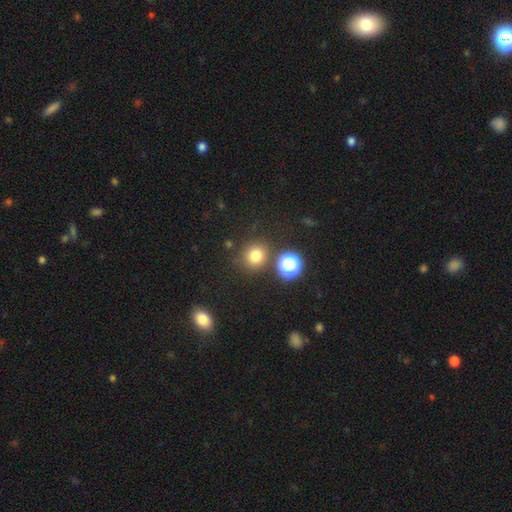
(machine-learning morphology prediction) Smooth or featured?
  - smooth: 76% *
  - star or artifact: 18%
  - featured or disk: 7%
How rounded?
  - round: 85% *
  - in between: 14%
  - cigar-shaped: 1%
Merging?
  - none: 79% *
  - minor disturbance: 9%
  - merger: 7%
  - major disturbance: 4%